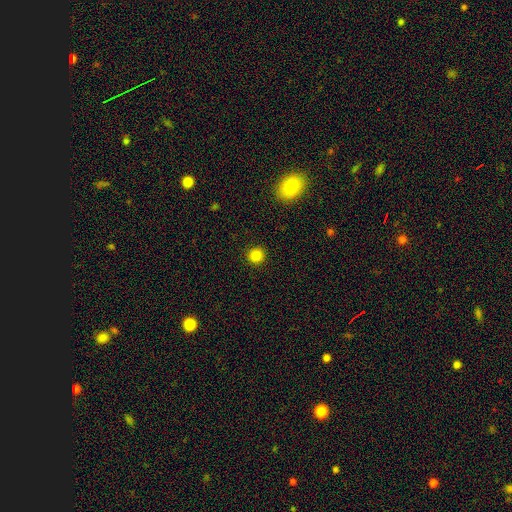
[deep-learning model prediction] Overall: smooth (84%). How rounded: round (94%). Merging: none (93%).